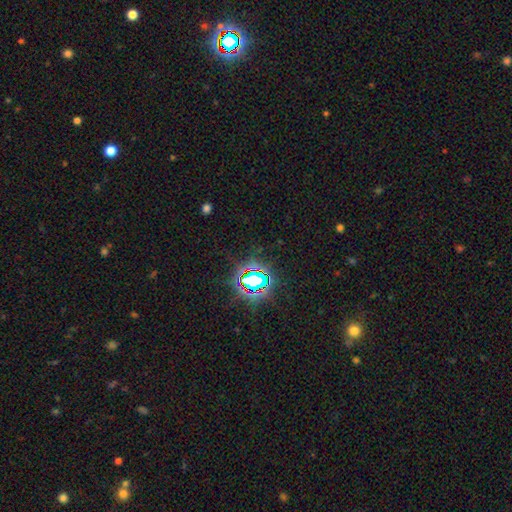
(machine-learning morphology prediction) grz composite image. It shows a star or artifact, not a galaxy (79%).